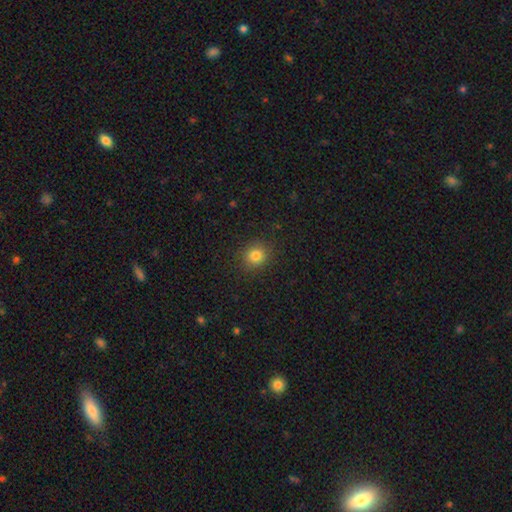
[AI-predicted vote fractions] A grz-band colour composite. It shows a smooth galaxy with no disk features (81%) that is round (85%). Merging: none (88%).